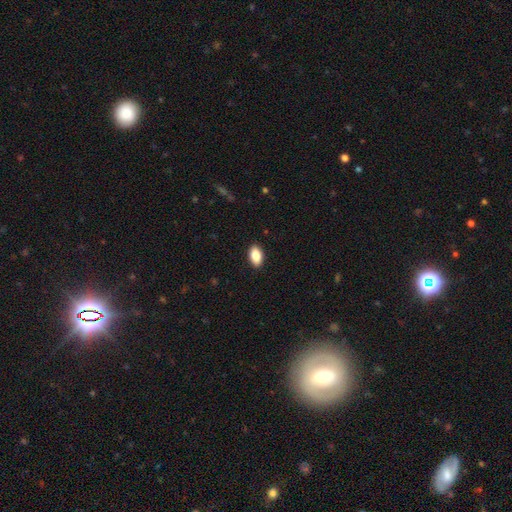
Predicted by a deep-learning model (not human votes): smooth_or_featured: smooth (p=0.87) [alt: star or artifact p=0.07]
how_rounded: in between (p=0.92) [alt: round p=0.04]
merging: none (p=0.90) [alt: minor disturbance p=0.08]